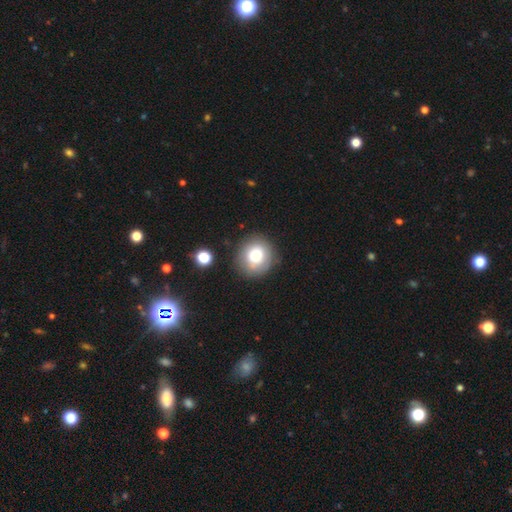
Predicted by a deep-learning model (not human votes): This appears to be a smooth galaxy with no disk features (74%) that is round (88%). Merging: none (83%).